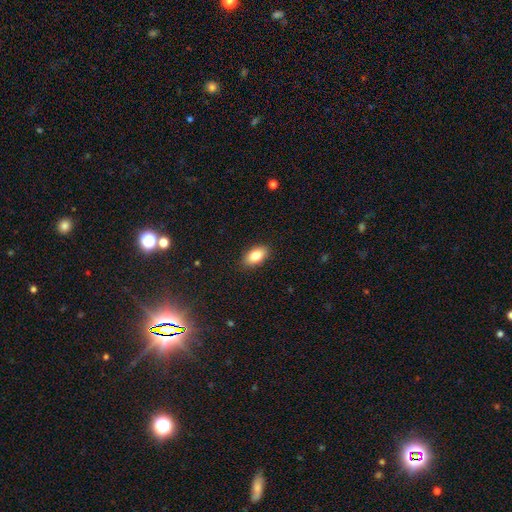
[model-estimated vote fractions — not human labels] Smooth or featured? Predicted: smooth (p=0.83). How rounded? Predicted: in between (p=0.92). Merging? Predicted: none (p=0.88).